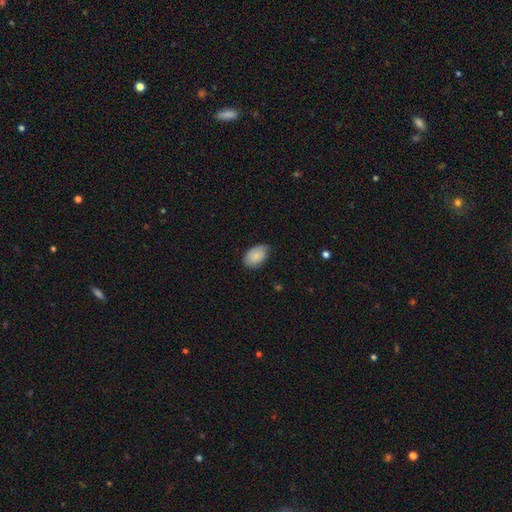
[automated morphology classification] This appears to be a smooth galaxy with no disk features (80%) that is in between round and cigar-shaped (92%). Merging: none (63%).